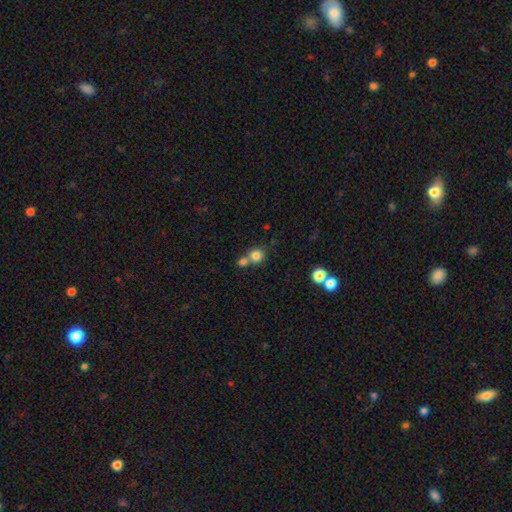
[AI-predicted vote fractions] smooth 81%, star or artifact 12%, featured or disk 7%. Down the decision tree: how rounded — round (90%); merging — none (54%).